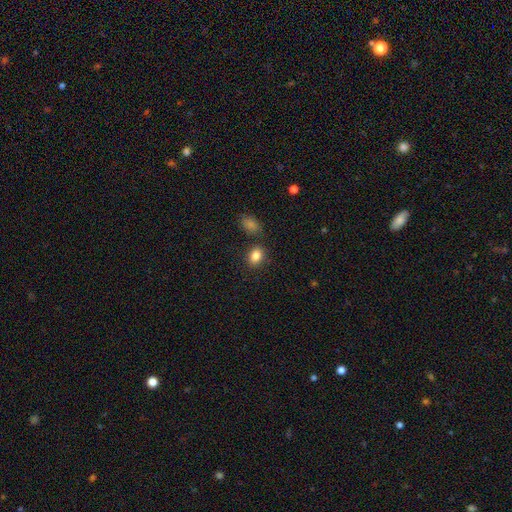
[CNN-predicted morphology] Smooth or featured?
  - smooth: 85% *
  - star or artifact: 9%
  - featured or disk: 6%
How rounded?
  - in between: 64% *
  - round: 35%
  - cigar-shaped: 1%
Merging?
  - none: 80% *
  - minor disturbance: 10%
  - merger: 6%
  - major disturbance: 3%